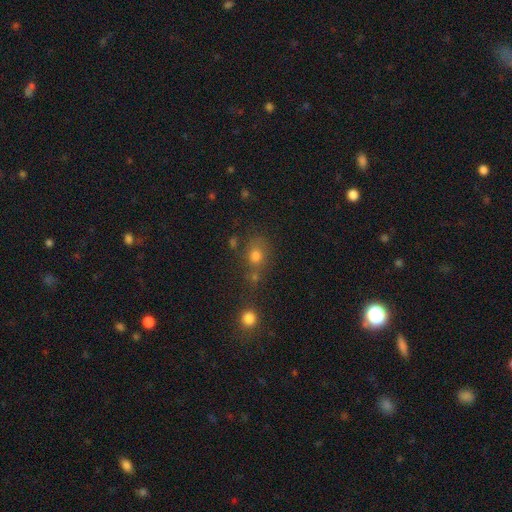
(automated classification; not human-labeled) This appears to be a smooth galaxy with no disk features (71%) that is round (65%). Merging: none (57%).